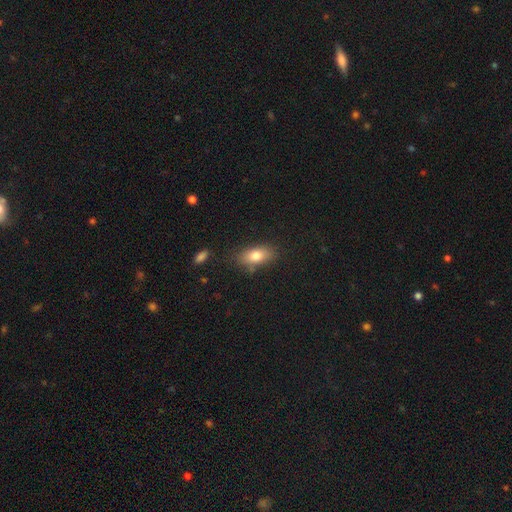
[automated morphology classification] A smooth galaxy with no disk features (78%) that is in between round and cigar-shaped (84%).

Vote fractions:
- Smooth or featured? smooth: 78% / featured or disk: 13% / star or artifact: 8%
- How rounded? in between: 84% / cigar-shaped: 9% / round: 7%
- Merging? none: 78% / minor disturbance: 15% / major disturbance: 4% / merger: 4%